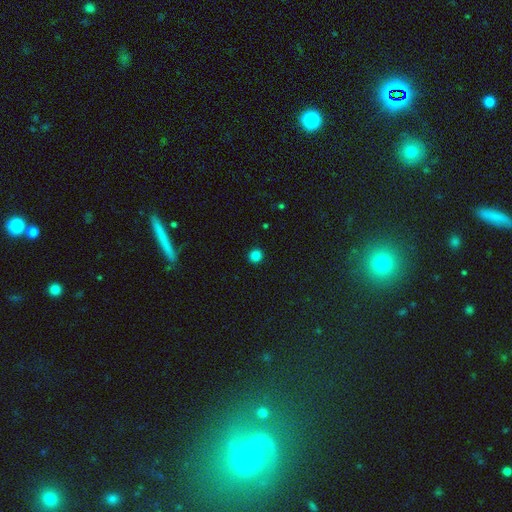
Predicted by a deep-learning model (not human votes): A smooth galaxy with no disk features (84%) that is round (93%).

Vote fractions:
- Smooth or featured? smooth: 84% / star or artifact: 13% / featured or disk: 3%
- How rounded? round: 93% / in between: 6% / cigar-shaped: 1%
- Merging? none: 92% / minor disturbance: 5% / major disturbance: 2% / merger: 1%